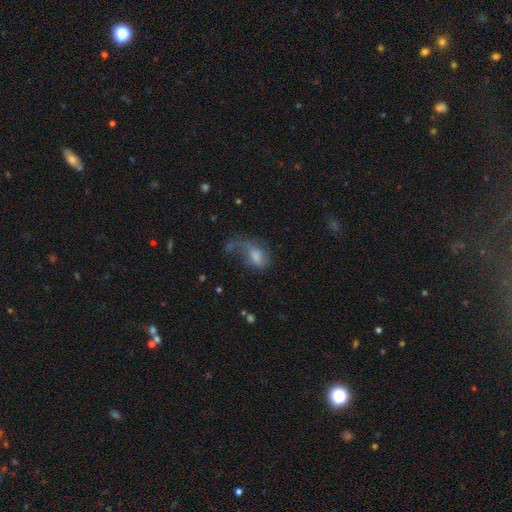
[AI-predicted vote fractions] Smooth or featured?
  - smooth: 57% *
  - featured or disk: 32%
  - star or artifact: 11%
How rounded?
  - in between: 84% *
  - round: 13%
  - cigar-shaped: 3%
Merging?
  - major disturbance: 58% *
  - none: 19%
  - minor disturbance: 18%
  - merger: 5%